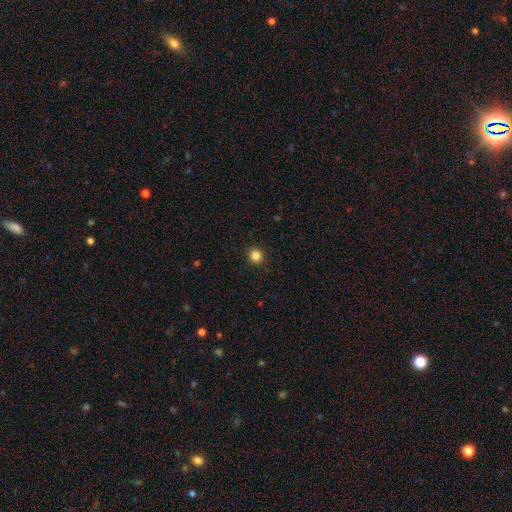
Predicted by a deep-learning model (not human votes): Smooth or featured: smooth — 85% (star or artifact — 12%)
How rounded: round — 94% (in between — 5%)
Merging: none — 93% (minor disturbance — 5%)